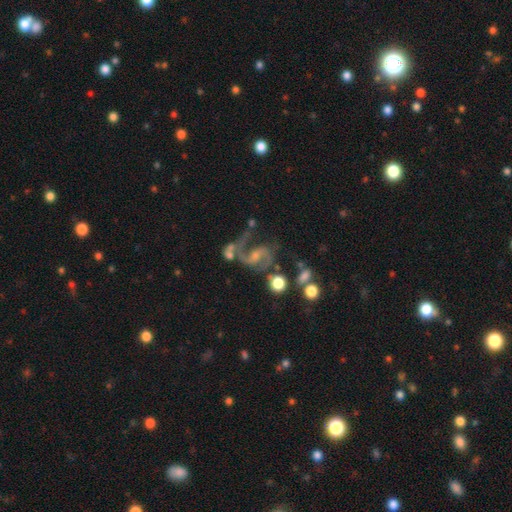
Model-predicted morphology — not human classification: Smooth or featured: featured or disk — 81% (star or artifact — 11%)
Edge-on disk: no — 97% (yes — 3%)
Bar: weak — 45% (no — 35%)
Spiral arms: yes — 93% (no — 7%)
Spiral winding: medium — 45% (loose — 41%)
Spiral arm count: 2 — 78% (1 — 10%)
Bulge size: small — 58% (moderate — 28%)
Merging: none — 38% (major disturbance — 24%)